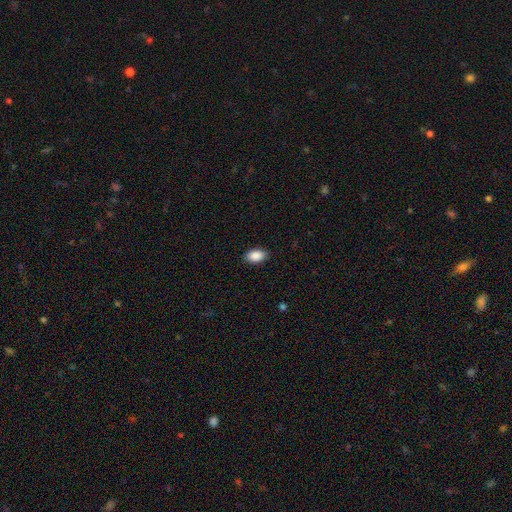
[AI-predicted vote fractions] smooth 89%, star or artifact 7%, featured or disk 4%. Down the decision tree: how rounded — in between (91%); merging — none (87%).